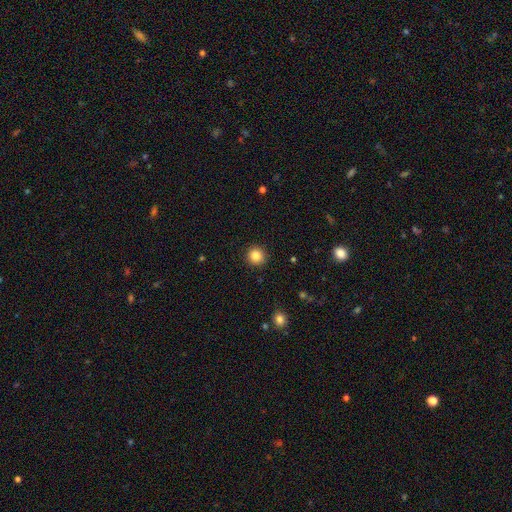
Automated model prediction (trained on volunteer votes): A smooth galaxy with no disk features (84%) that is round (93%).

Vote fractions:
- Smooth or featured? smooth: 84% / star or artifact: 11% / featured or disk: 5%
- How rounded? round: 93% / in between: 6% / cigar-shaped: 1%
- Merging? none: 91% / minor disturbance: 6% / major disturbance: 2% / merger: 1%